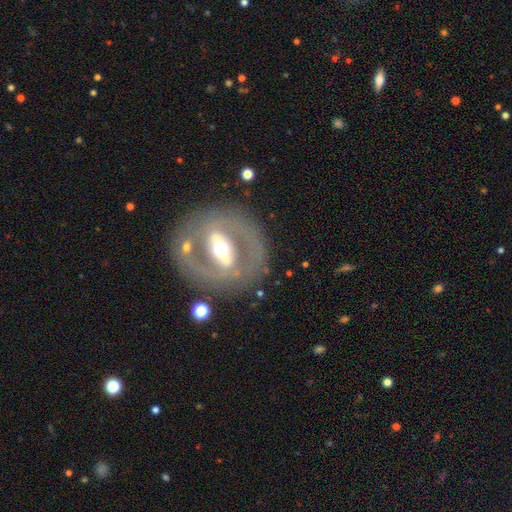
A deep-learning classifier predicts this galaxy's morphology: type=featured or disk (79%); edge-on=no (91%); bar=strong (60%); spiral arms=no (53%); bulge=moderate (68%); merging=none (76%).